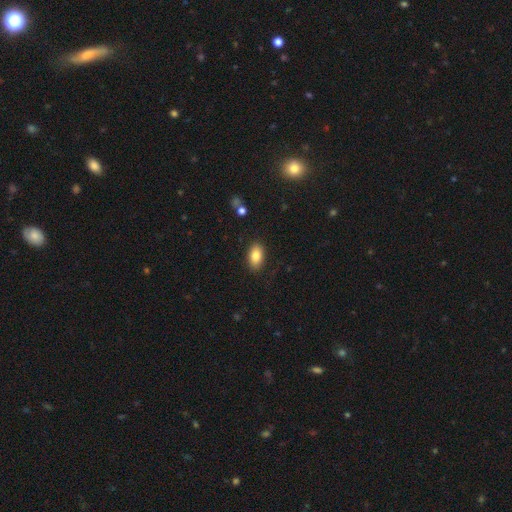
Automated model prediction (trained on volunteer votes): Smooth or featured: smooth — 84% (featured or disk — 8%)
How rounded: in between — 91% (round — 6%)
Merging: none — 87% (minor disturbance — 9%)